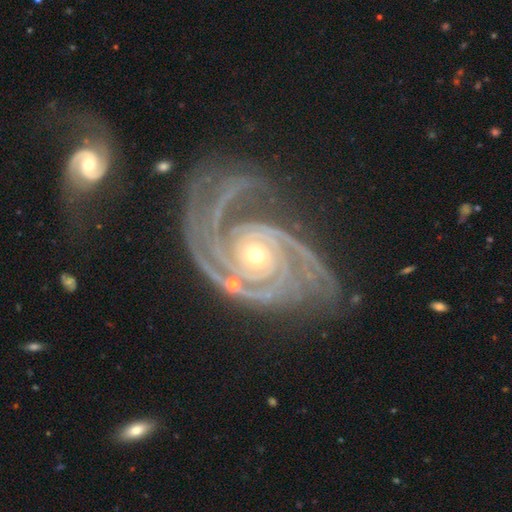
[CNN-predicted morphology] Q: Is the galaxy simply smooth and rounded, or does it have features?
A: featured or disk — 93%.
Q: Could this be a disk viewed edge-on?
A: no — 97%.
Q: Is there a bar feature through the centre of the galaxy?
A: no — 77%.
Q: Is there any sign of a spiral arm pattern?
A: yes — 99%.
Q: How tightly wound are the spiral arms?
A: tight — 74%.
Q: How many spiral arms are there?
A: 2 — 34%.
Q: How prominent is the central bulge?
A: small — 50%.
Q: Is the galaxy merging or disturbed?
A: none — 62%.